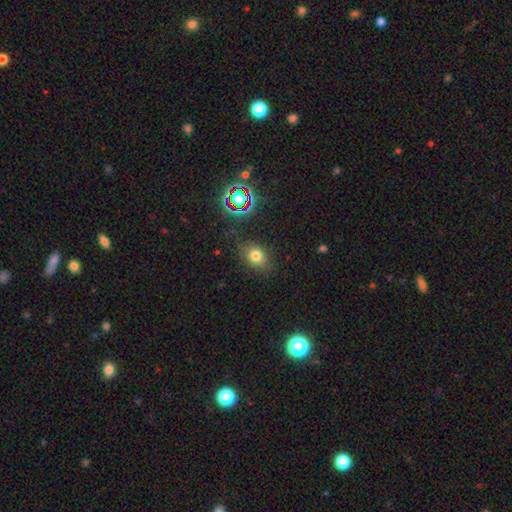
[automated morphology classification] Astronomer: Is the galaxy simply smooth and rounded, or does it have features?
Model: smooth — 72%.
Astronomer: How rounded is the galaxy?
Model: in between — 61% (runner-up: round, 37%).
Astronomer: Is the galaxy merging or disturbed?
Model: none — 79%.